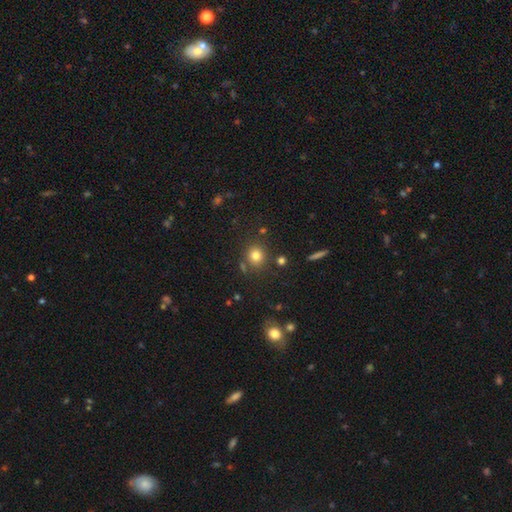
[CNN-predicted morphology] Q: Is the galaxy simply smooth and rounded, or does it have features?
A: smooth — 78%.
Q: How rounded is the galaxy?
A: round — 86%.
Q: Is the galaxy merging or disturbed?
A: none — 79%.